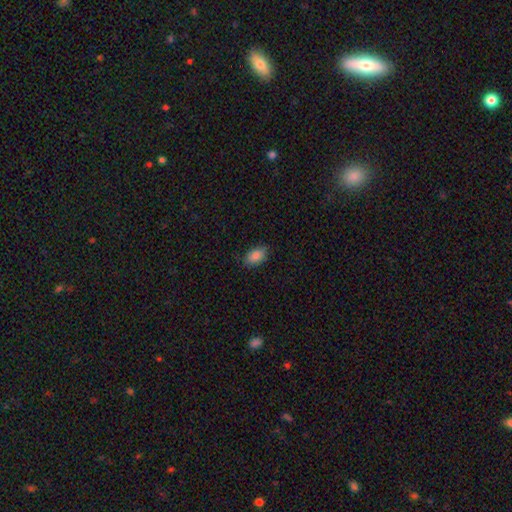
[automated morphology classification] The model was most divided on "merging": none: 84%, minor disturbance: 12%, major disturbance: 3%, merger: 1%. More confident: how rounded — in between (92%); smooth or featured — smooth (87%).